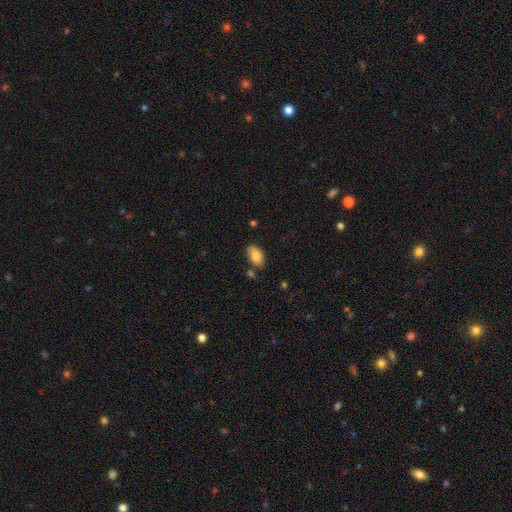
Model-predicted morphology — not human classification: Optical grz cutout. It shows a smooth galaxy with no disk features (83%) that is in between round and cigar-shaped (94%). Merging: none (78%).